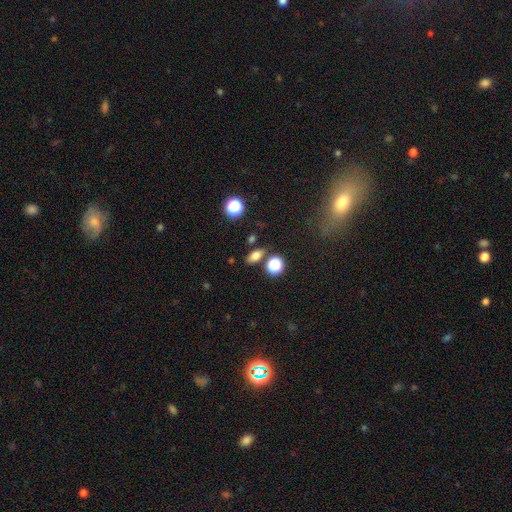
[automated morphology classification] smooth 75%, star or artifact 14%, featured or disk 10%. Down the decision tree: how rounded — in between (78%); merging — none (79%).